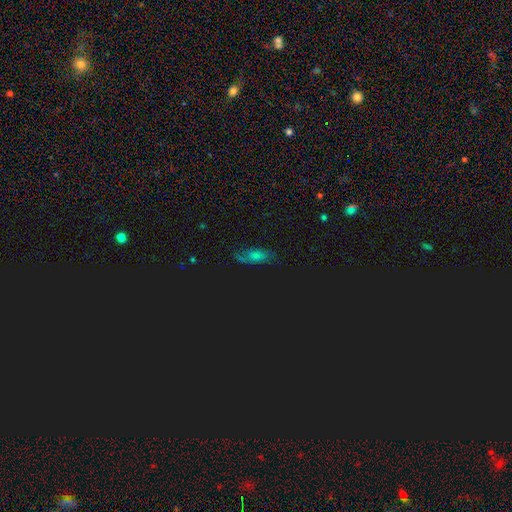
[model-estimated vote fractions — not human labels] Smooth or featured: star or artifact — 42% (smooth — 30%)